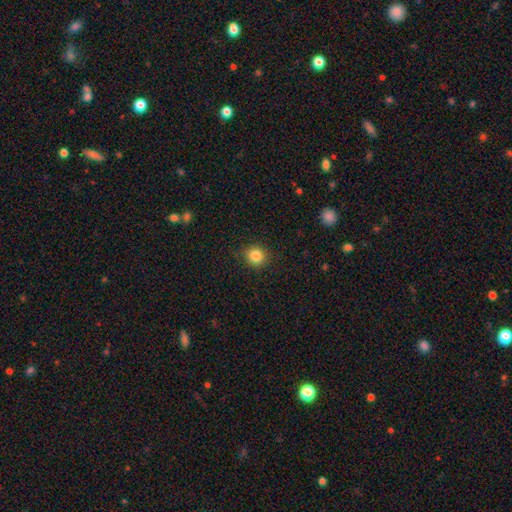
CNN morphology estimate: Overall: smooth (84%). How rounded: round (90%). Merging: none (90%).